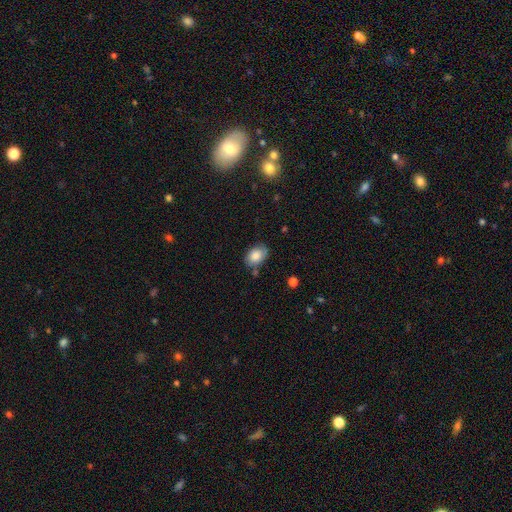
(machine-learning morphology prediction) A smooth galaxy with no disk features (79%) that is in between round and cigar-shaped (81%). Merging: none (68%).